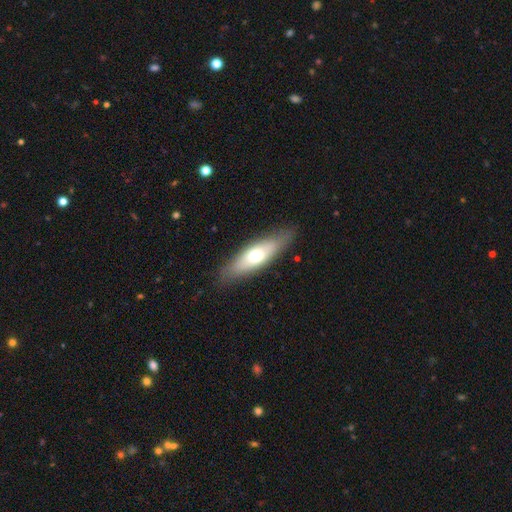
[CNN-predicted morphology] The model was most divided on "how rounded" (2-way tie): in between: 49%, cigar-shaped: 49%, round: 2%. More confident: merging — none (85%); smooth or featured — smooth (59%).